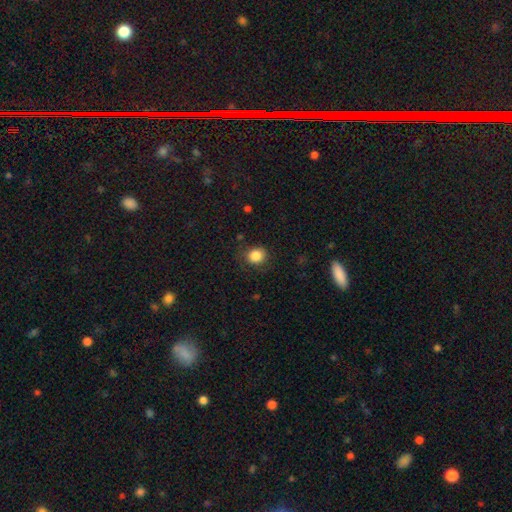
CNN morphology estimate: smooth 85%, star or artifact 10%, featured or disk 4%. Down the decision tree: how rounded — round (78%); merging — none (81%).